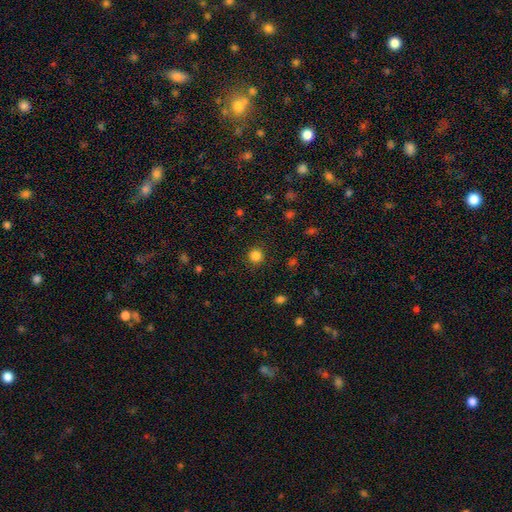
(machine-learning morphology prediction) The model was most divided on "smooth or featured": smooth: 84%, star or artifact: 12%, featured or disk: 4%. More confident: how rounded — round (94%); merging — none (91%).